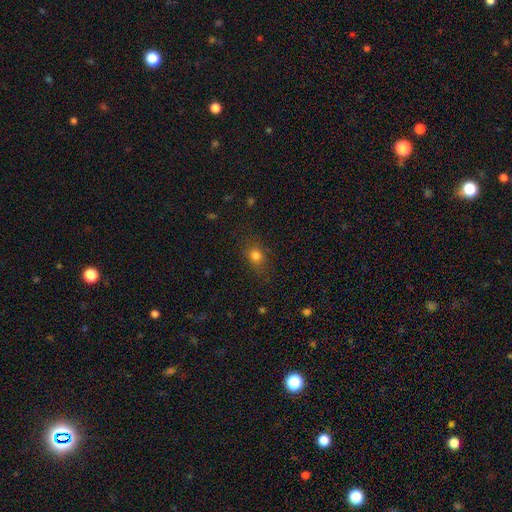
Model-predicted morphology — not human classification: Q: Smooth or featured?
A: smooth (77%); runner-up: star or artifact (14%)
Q: How rounded?
A: round (52%); runner-up: in between (45%)
Q: Merging?
A: none (78%); runner-up: minor disturbance (15%)